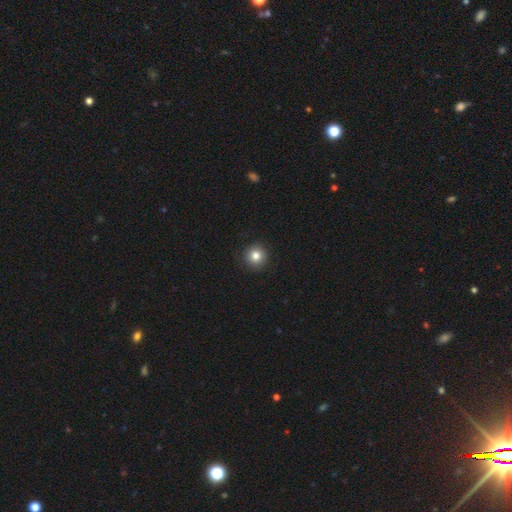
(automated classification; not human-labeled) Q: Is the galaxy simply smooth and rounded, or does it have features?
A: smooth — 82%.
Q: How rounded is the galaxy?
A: round — 95%.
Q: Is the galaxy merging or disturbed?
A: none — 92%.